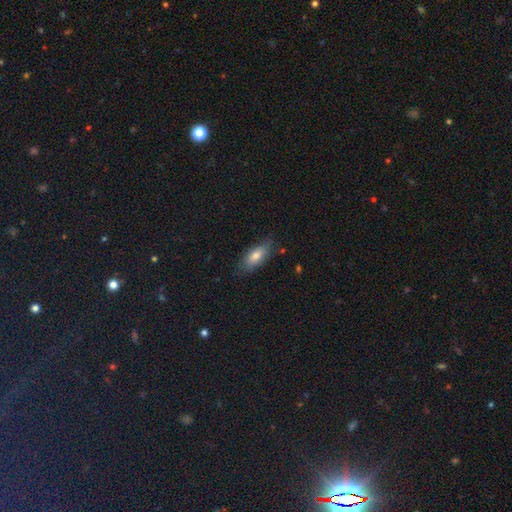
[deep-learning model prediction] This appears to be a smooth galaxy with no disk features (75%) that is in between round and cigar-shaped (78%). Merging: none (76%).